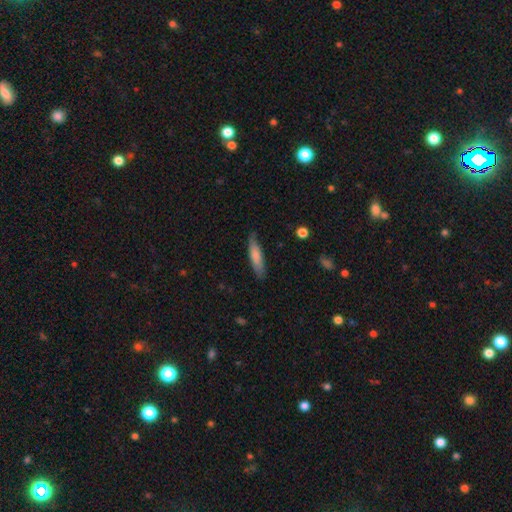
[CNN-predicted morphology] smooth-or-featured: smooth: 78% | featured or disk: 17% | star or artifact: 6%
  how-rounded: cigar-shaped: 74% | in between: 24% | round: 1%
  merging: none: 78% | minor disturbance: 17% | major disturbance: 3% | merger: 1%